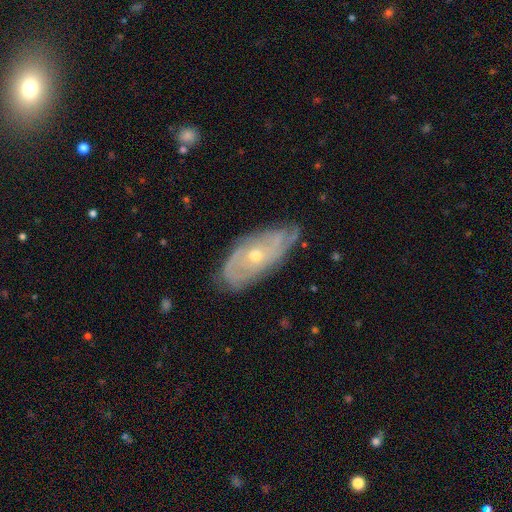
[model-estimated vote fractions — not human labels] This is likely a featured or disk galaxy (80%). It is clearly not viewed edge-on (89%). Bar: clearly no (80%). Spiral arm pattern: clearly yes (89%). Spiral arm count: marginally can't tell (43%). Spiral winding: likely tight (65%). Central bulge: possibly small (50%). Merging: likely none (71%).